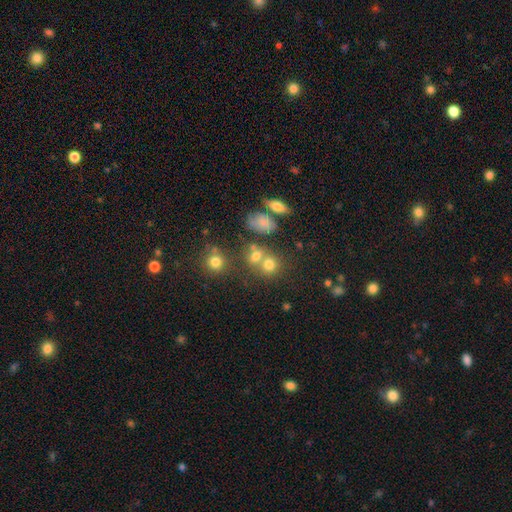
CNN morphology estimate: Overall: smooth (69%). How rounded: round (66%; in between 33%). Merging: none (47%; merger 36%).